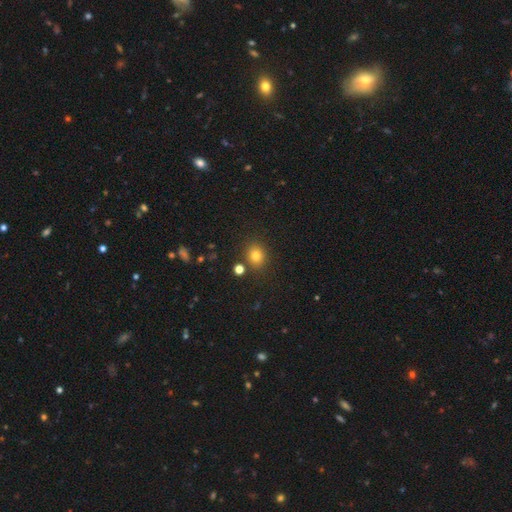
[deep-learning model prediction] smooth 79%, star or artifact 14%, featured or disk 7%. Down the decision tree: how rounded — round (66%); merging — none (83%).